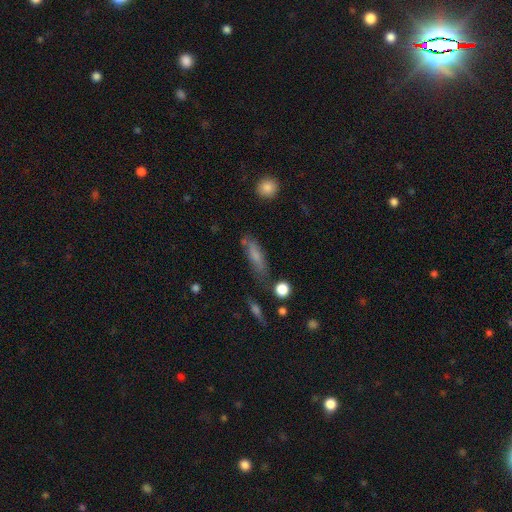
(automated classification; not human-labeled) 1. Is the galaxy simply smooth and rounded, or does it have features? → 69% smooth, 22% featured or disk, 9% star or artifact.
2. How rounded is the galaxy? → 59% cigar-shaped, 37% in between, 3% round.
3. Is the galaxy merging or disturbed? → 61% none, 23% minor disturbance, 8% major disturbance, 7% merger.